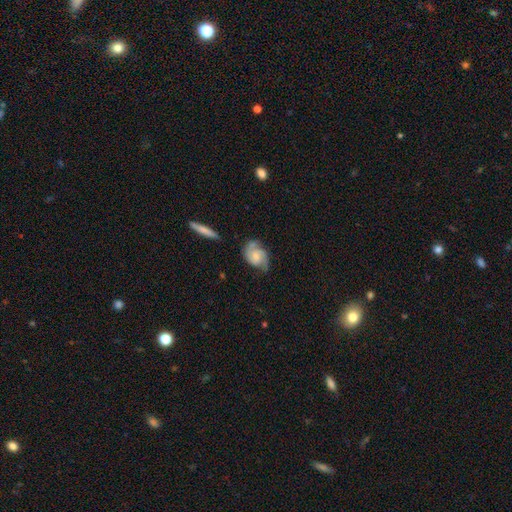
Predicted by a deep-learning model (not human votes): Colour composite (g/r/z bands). It shows a featured or disk galaxy (69%) with no bar (68%), 2 (71%) medium (45%) spiral arms (94%) and a small central bulge (44%). Merging: none (60%).